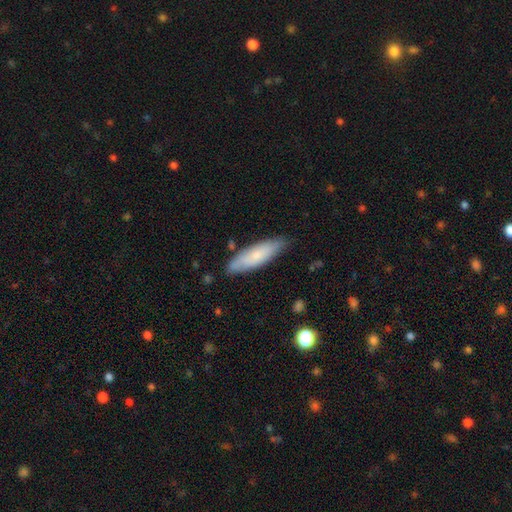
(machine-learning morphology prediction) smooth 69%, featured or disk 25%, star or artifact 6%. Down the decision tree: how rounded — cigar-shaped (56%); merging — none (79%).